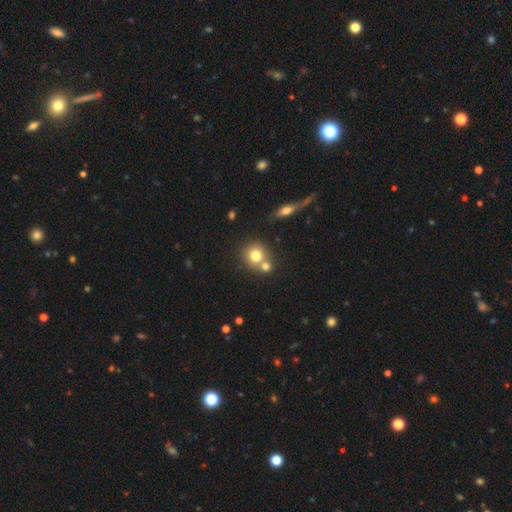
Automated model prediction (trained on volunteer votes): Smooth or featured? Predicted: smooth (p=0.75). How rounded? Predicted: round (p=0.86). Merging? Predicted: none (p=0.50).